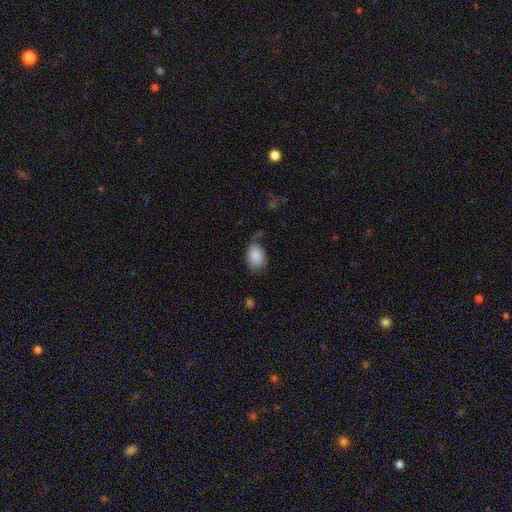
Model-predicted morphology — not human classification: Smooth or featured: smooth — 85% (star or artifact — 7%)
How rounded: in between — 83% (round — 16%)
Merging: none — 58% (minor disturbance — 29%)